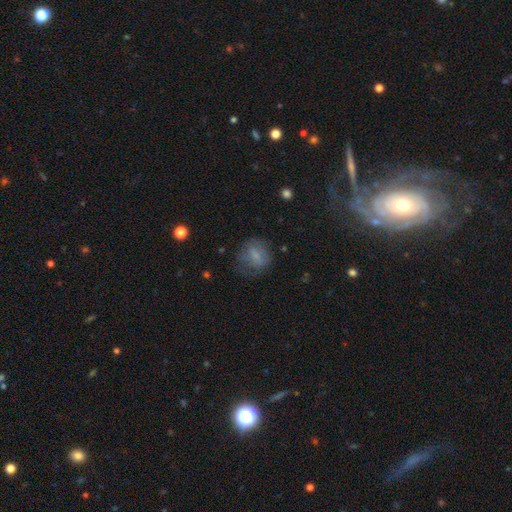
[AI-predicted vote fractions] Smooth or featured?
  - smooth: 65% *
  - featured or disk: 24%
  - star or artifact: 11%
How rounded?
  - round: 62% *
  - in between: 36%
  - cigar-shaped: 1%
Merging?
  - none: 53% *
  - minor disturbance: 25%
  - major disturbance: 20%
  - merger: 2%